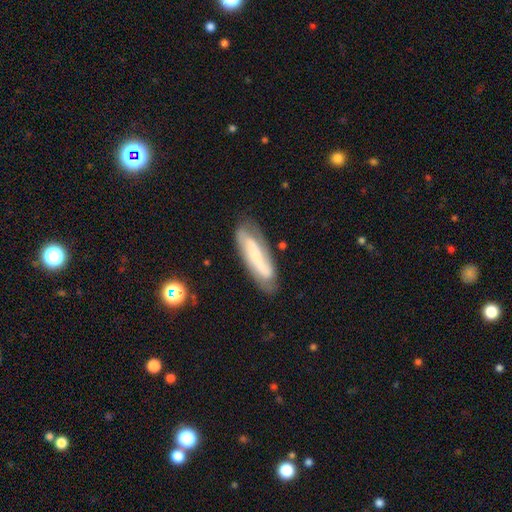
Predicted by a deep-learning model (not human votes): Q: Smooth or featured?
A: featured or disk (57%); runner-up: smooth (34%)
Q: Edge-on disk?
A: no (72%); runner-up: yes (28%)
Q: Merging?
A: none (73%); runner-up: minor disturbance (19%)